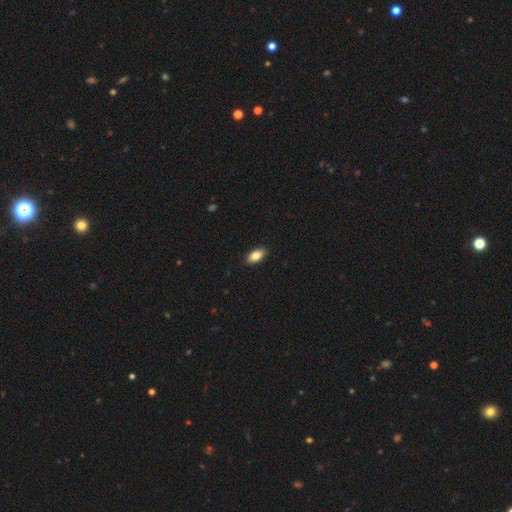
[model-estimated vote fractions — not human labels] The model was most divided on "smooth or featured": smooth: 85%, featured or disk: 8%, star or artifact: 7%. More confident: how rounded — in between (92%); merging — none (90%).